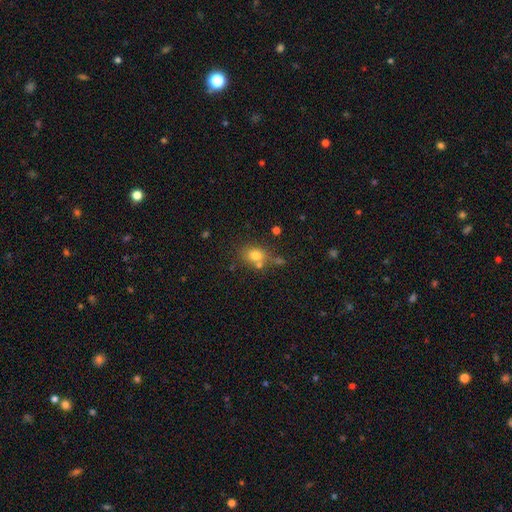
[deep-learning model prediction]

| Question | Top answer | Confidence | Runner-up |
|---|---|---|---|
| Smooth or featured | smooth | 76% | star or artifact (13%) |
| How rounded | in between | 51% | round (48%) |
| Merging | none | 57% | merger (22%) |